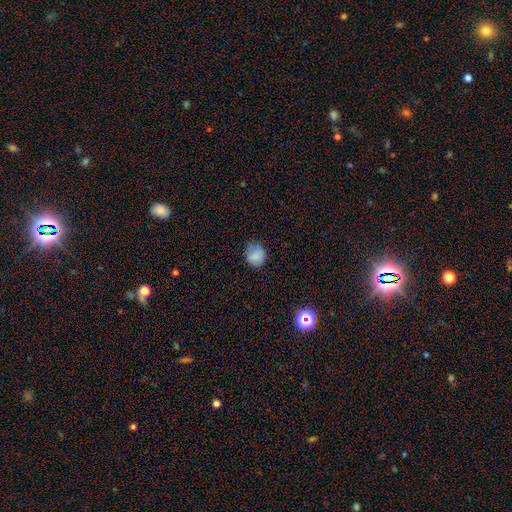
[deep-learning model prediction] A smooth galaxy with no disk features (82%) that is round (74%).

Vote fractions:
- Smooth or featured? smooth: 82% / star or artifact: 10% / featured or disk: 8%
- How rounded? round: 74% / in between: 25% / cigar-shaped: 1%
- Merging? none: 65% / minor disturbance: 27% / major disturbance: 7% / merger: 1%